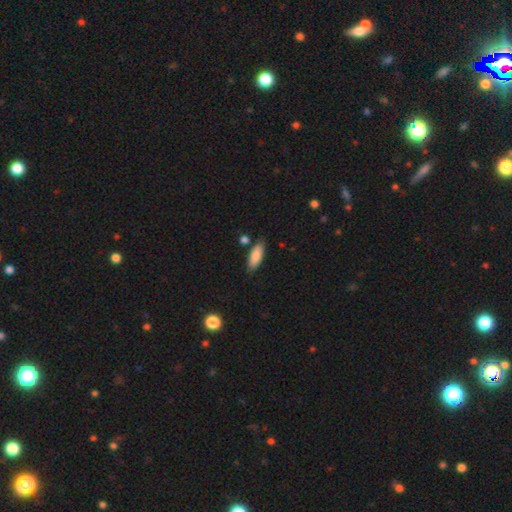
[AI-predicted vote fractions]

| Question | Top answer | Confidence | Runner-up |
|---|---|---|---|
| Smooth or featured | smooth | 83% | featured or disk (10%) |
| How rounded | in between | 73% | cigar-shaped (25%) |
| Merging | none | 79% | minor disturbance (14%) |